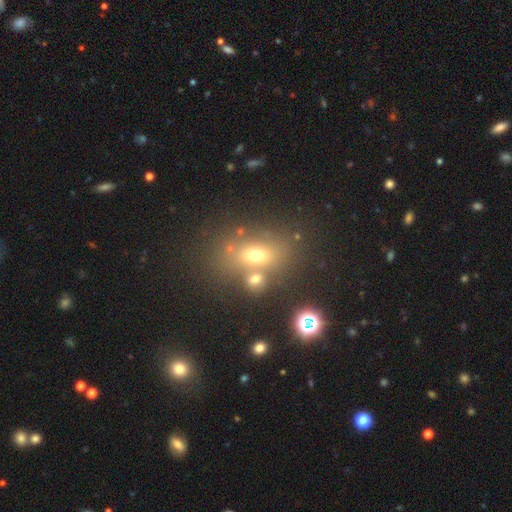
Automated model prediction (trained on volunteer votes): Q: Smooth or featured?
A: smooth (61%); runner-up: featured or disk (20%)
Q: How rounded?
A: in between (68%); runner-up: round (29%)
Q: Merging?
A: none (58%); runner-up: merger (24%)